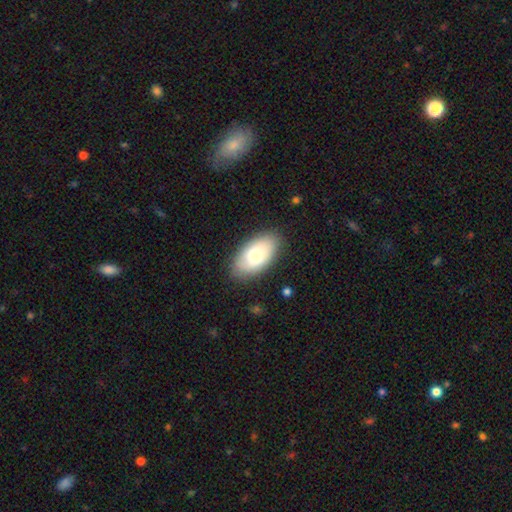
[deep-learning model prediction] Morphology: type=smooth (72%); roundness=in between (94%); merging=none (84%).